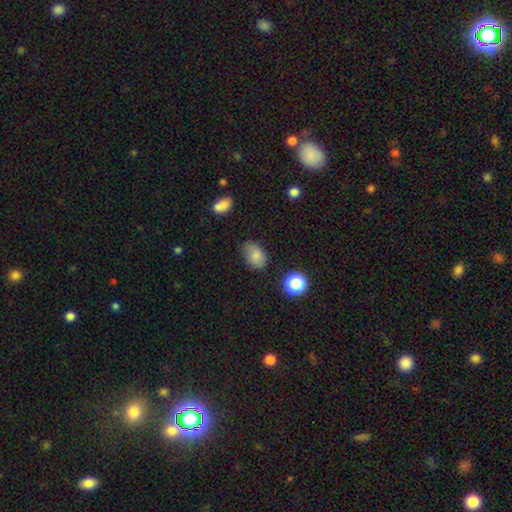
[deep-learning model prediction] The model was most divided on "merging": none: 72%, minor disturbance: 21%, major disturbance: 5%, merger: 2%. More confident: how rounded — in between (84%); smooth or featured — smooth (81%).